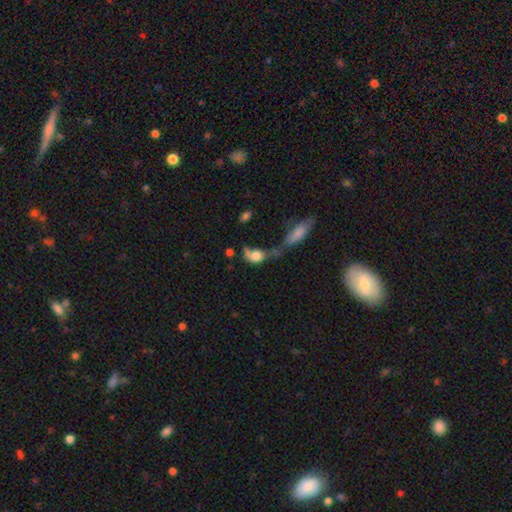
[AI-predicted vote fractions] This is likely a smooth galaxy (65%). How rounded: likely in between (65%). Merging: possibly merger (50%).